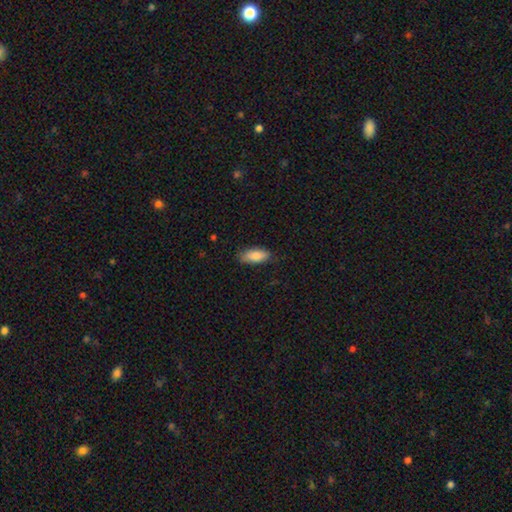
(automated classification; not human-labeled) This appears to be a smooth galaxy with no disk features (86%) that is in between round and cigar-shaped (83%). Merging: none (79%).